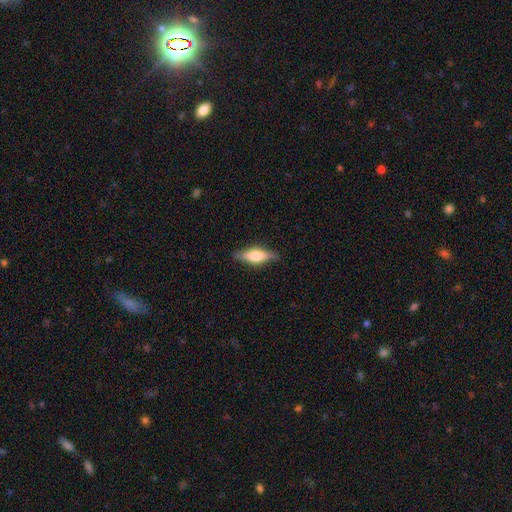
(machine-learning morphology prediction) A smooth galaxy with no disk features (52%) that is in between round and cigar-shaped (50%).

Vote fractions:
- Smooth or featured? smooth: 52% / featured or disk: 41% / star or artifact: 6%
- How rounded? in between: 50% / cigar-shaped: 47% / round: 3%
- Merging? none: 83% / minor disturbance: 13% / major disturbance: 3% / merger: 1%